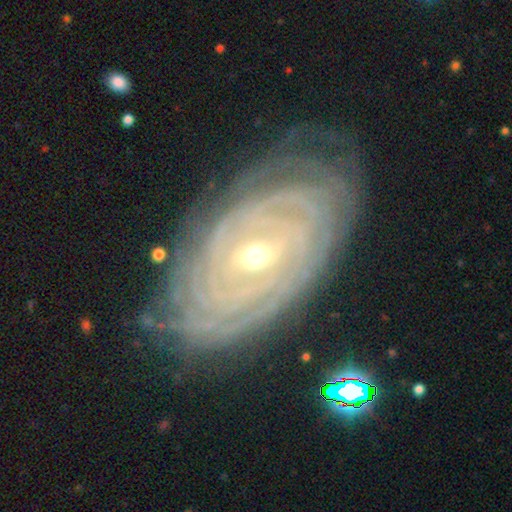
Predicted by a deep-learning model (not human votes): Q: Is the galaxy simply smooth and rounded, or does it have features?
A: featured or disk — 89%.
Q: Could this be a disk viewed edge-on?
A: no — 95%.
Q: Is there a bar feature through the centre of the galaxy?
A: weak — 39%.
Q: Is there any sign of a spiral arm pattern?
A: yes — 97%.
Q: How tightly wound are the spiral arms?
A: tight — 89%.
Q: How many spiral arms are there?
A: can't tell — 36%.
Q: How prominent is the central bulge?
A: small — 51%.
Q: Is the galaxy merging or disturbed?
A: none — 78%.